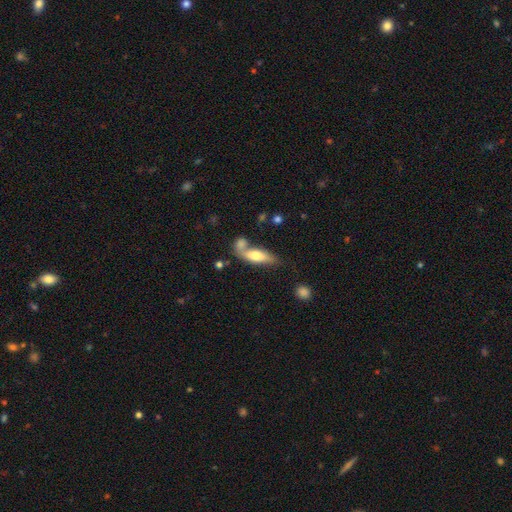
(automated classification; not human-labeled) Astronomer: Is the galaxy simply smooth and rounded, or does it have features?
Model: smooth — 63%.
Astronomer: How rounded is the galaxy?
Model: in between — 60% (runner-up: cigar-shaped, 37%).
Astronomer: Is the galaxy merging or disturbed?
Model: merger — 39% (runner-up: none, 38%).